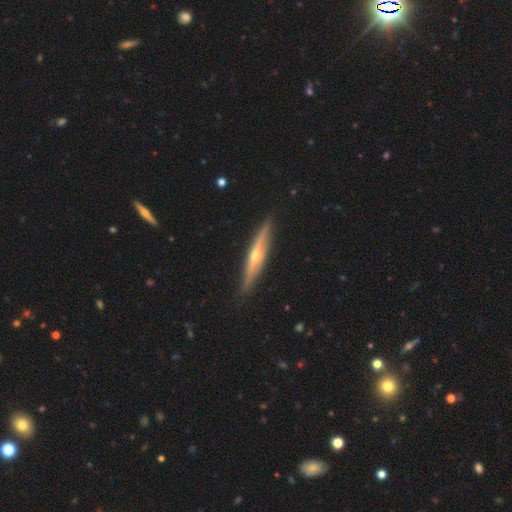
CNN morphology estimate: type=featured or disk (76%); edge-on=yes (96%); edge-on bulge=rounded (85%); merging=none (89%).